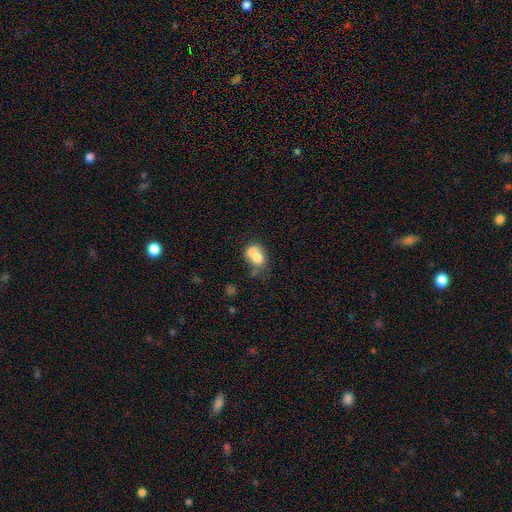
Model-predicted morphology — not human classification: smooth_or_featured: smooth (p=0.68) [alt: featured or disk p=0.22]
how_rounded: in between (p=0.54) [alt: round p=0.45]
merging: merger (p=0.57) [alt: none p=0.25]